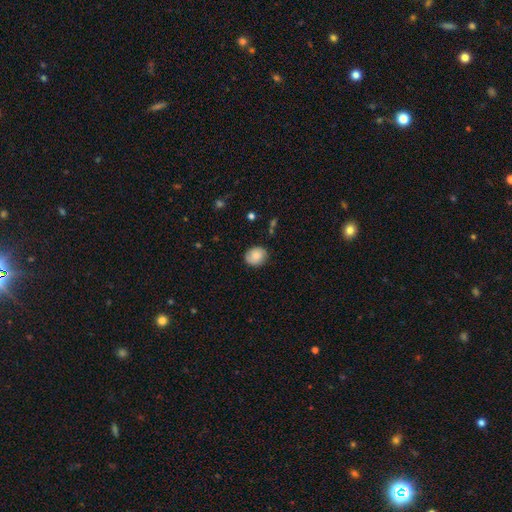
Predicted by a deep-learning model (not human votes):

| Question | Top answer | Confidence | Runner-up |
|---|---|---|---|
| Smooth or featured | smooth | 74% | featured or disk (18%) |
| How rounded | round | 61% | in between (38%) |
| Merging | none | 78% | minor disturbance (17%) |